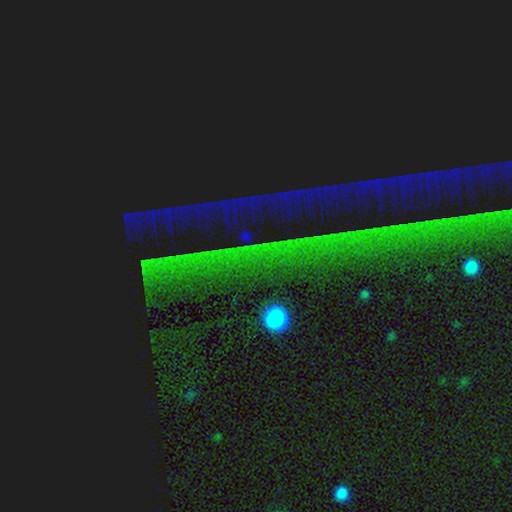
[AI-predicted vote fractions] A star or artifact, not a galaxy (88%).

Vote fractions:
- Smooth or featured? star or artifact: 88% / featured or disk: 6% / smooth: 6%